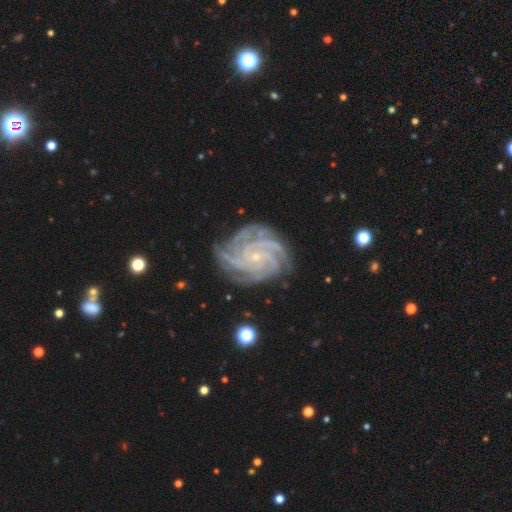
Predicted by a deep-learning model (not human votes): smooth-or-featured: featured or disk: 92% | star or artifact: 5% | smooth: 3%
  disk-edge-on: no: 98% | yes: 2%
    bar: no: 70% | weak: 21% | strong: 9%
    has-spiral-arms: yes: 99% | no: 1%
      spiral-winding: tight: 77% | medium: 20% | loose: 2%
      spiral-arm-count: 4: 38% | more than 4: 24% | 3: 13% | can't tell: 10% | 2: 8% | 1: 7%
    bulge-size: small: 87% | moderate: 9% | none: 2% | large: 1% | dominant: 1%
  merging: none: 80% | minor disturbance: 15% | major disturbance: 4% | merger: 1%